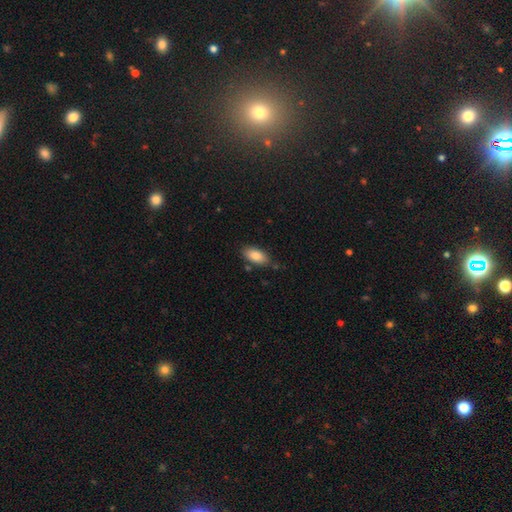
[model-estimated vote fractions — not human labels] This is clearly a smooth galaxy (86%). How rounded: clearly in between (90%). Merging: likely none (77%).